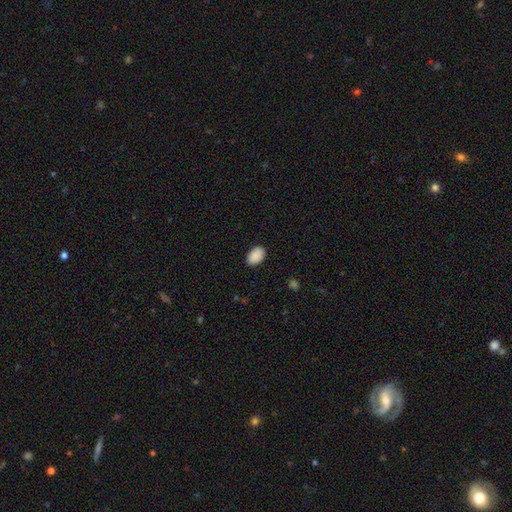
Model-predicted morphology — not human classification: A smooth galaxy with no disk features (90%) that is in between round and cigar-shaped (88%). Merging: none (88%).